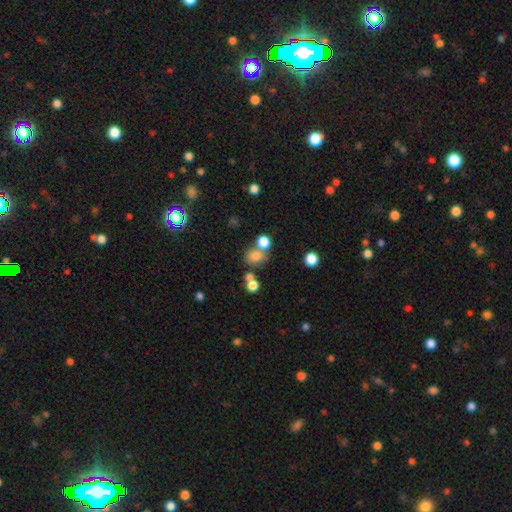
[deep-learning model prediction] smooth_or_featured: smooth (p=0.76) [alt: star or artifact p=0.15]
how_rounded: round (p=0.62) [alt: in between p=0.37]
merging: none (p=0.55) [alt: merger p=0.29]